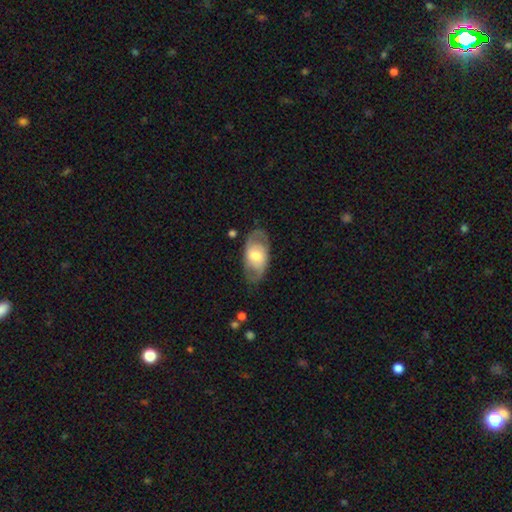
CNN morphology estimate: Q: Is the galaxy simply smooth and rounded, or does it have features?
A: featured or disk — 59%.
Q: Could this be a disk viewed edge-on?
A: no — 91%.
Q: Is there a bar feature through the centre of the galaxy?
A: no — 59%.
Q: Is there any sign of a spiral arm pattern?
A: yes — 72%.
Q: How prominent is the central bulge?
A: moderate — 64%.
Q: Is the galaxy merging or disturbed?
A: none — 73%.